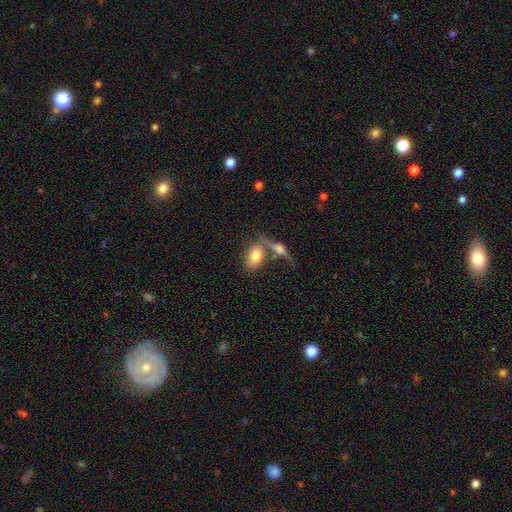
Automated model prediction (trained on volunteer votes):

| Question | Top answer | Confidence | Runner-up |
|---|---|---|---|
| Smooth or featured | smooth | 74% | featured or disk (18%) |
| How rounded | in between | 88% | round (8%) |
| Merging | none | 41% | merger (40%) |